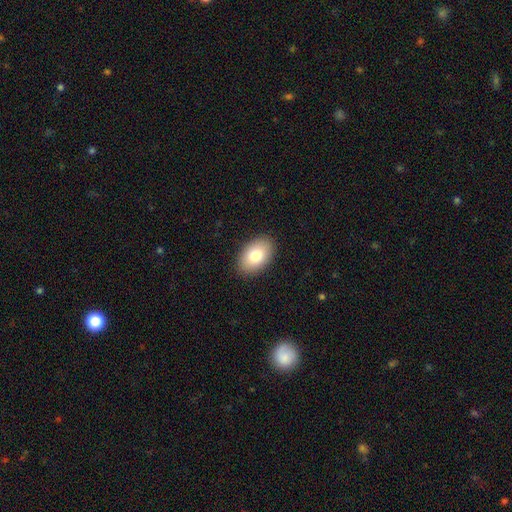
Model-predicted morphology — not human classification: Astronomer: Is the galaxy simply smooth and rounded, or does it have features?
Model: smooth — 80%.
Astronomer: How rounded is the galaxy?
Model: in between — 90%.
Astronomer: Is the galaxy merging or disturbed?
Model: none — 89%.